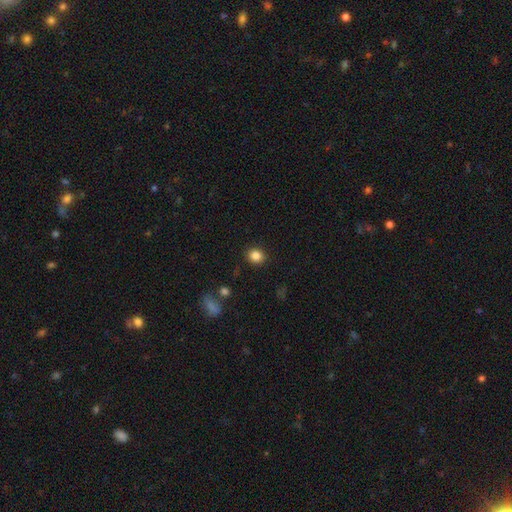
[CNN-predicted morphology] Smooth or featured? smooth (85%)
How rounded? round (72%)
Merging? none (89%)